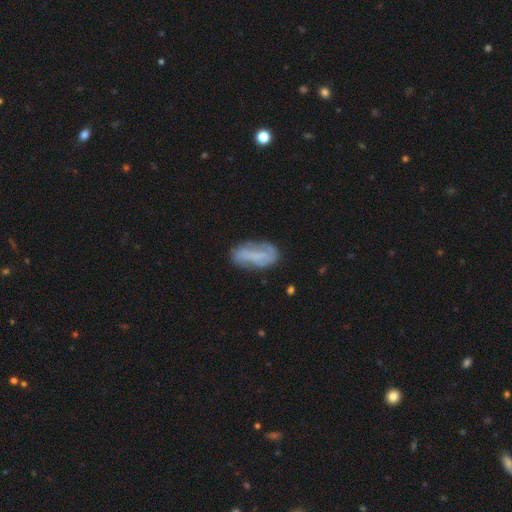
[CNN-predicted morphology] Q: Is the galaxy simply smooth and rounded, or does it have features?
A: featured or disk — 47%.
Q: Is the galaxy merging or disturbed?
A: none — 63%.